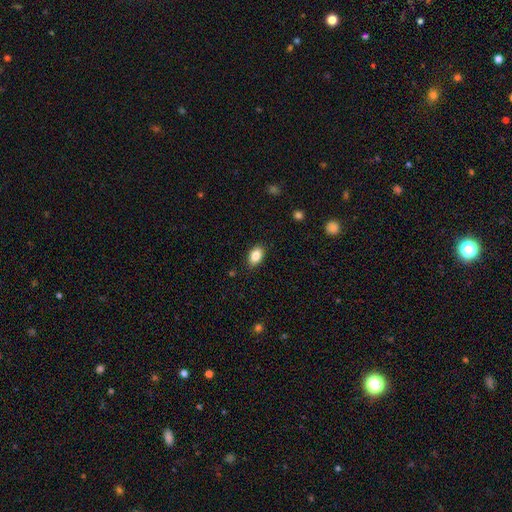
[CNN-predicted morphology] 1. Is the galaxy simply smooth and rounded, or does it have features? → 85% smooth, 8% star or artifact, 6% featured or disk.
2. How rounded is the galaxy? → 86% in between, 13% round, 2% cigar-shaped.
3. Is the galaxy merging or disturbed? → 86% none, 11% minor disturbance, 2% major disturbance, 1% merger.